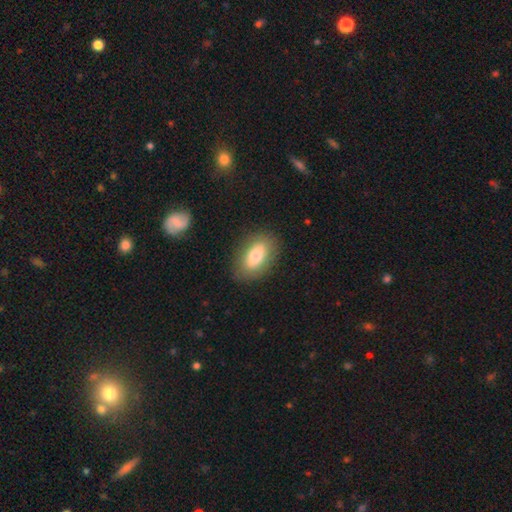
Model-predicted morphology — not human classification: This is likely a smooth galaxy (74%). How rounded: clearly in between (89%). Merging: clearly none (84%).